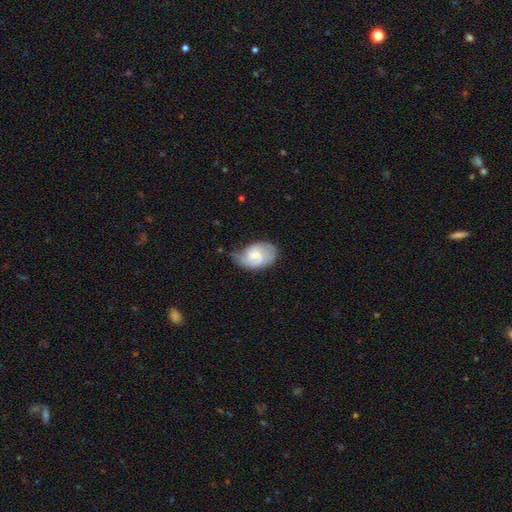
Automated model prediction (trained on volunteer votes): Morphology: type=featured or disk (51%); edge-on=no (97%); merging=none (45%).